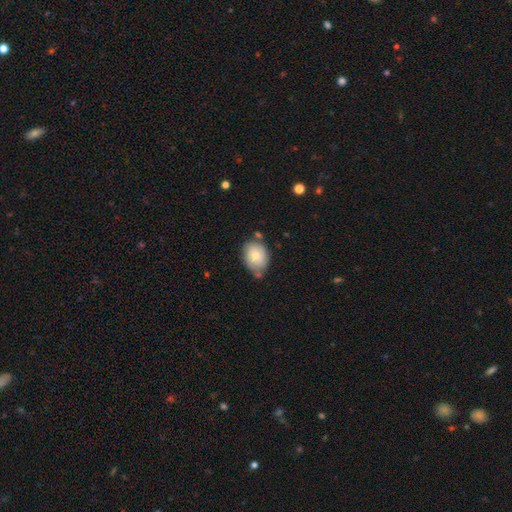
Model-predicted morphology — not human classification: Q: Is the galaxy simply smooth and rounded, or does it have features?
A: smooth — 75%.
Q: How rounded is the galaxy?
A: in between — 59%.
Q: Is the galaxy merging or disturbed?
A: none — 61%.